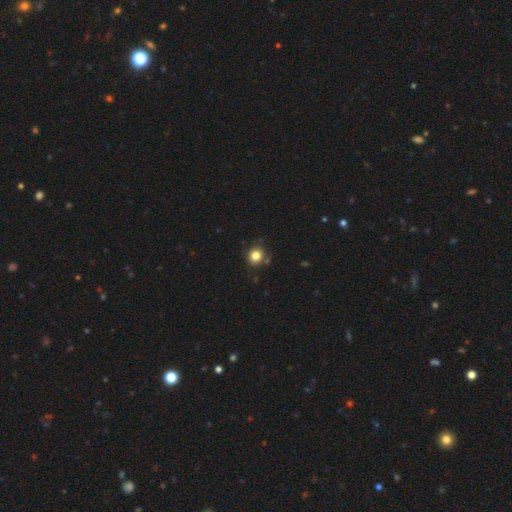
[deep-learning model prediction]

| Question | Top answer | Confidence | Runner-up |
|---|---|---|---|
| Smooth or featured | smooth | 82% | star or artifact (12%) |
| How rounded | round | 84% | in between (15%) |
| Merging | none | 80% | minor disturbance (13%) |